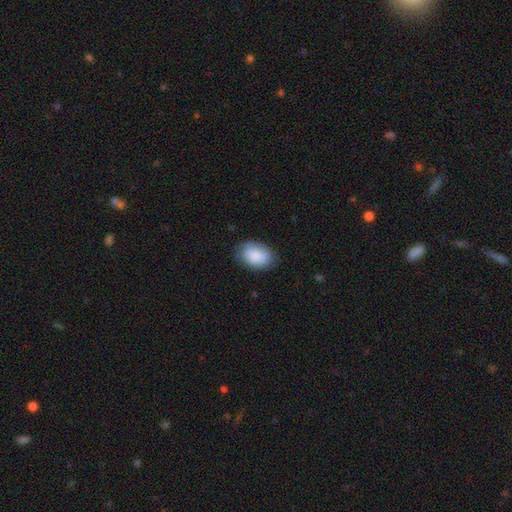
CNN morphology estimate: Smooth or featured: smooth — 85% (featured or disk — 9%)
How rounded: in between — 85% (round — 14%)
Merging: none — 75% (minor disturbance — 19%)